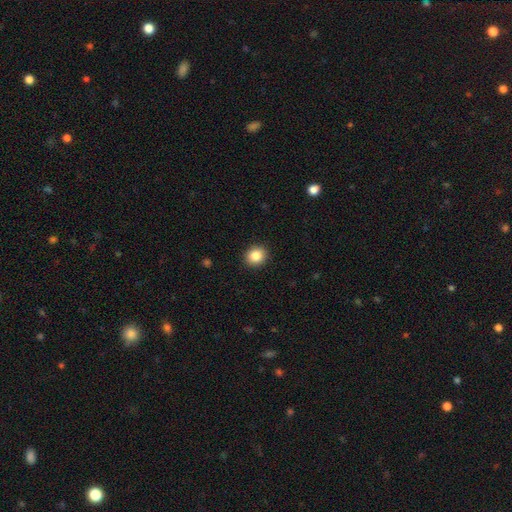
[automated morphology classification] A smooth galaxy with no disk features (85%) that is round (78%). Merging: none (92%).